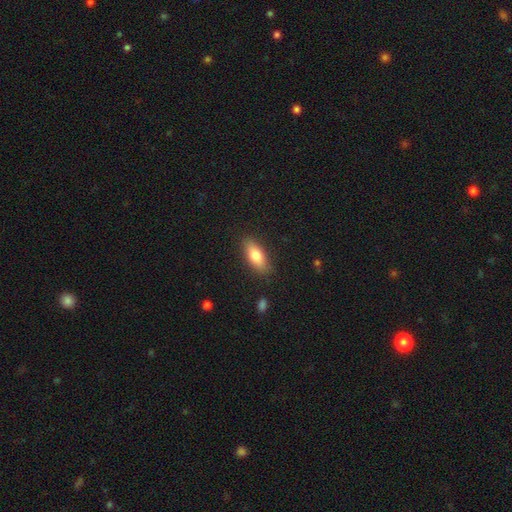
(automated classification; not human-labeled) Overall: smooth (77%). How rounded: in between (74%). Merging: none (85%).